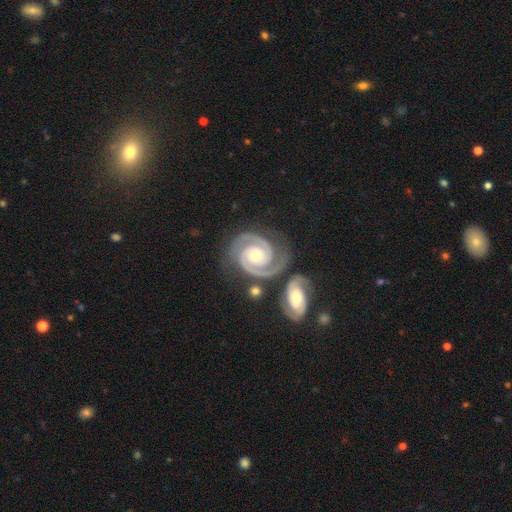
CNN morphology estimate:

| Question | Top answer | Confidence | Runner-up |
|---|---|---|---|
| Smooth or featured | featured or disk | 93% | star or artifact (4%) |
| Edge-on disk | no | 98% | yes (2%) |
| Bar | no | 70% | weak (19%) |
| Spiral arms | yes | 99% | no (1%) |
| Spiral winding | tight | 72% | medium (25%) |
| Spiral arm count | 2 | 92% | 3 (3%) |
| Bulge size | moderate | 54% | small (41%) |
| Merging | none | 71% | merger (13%) |